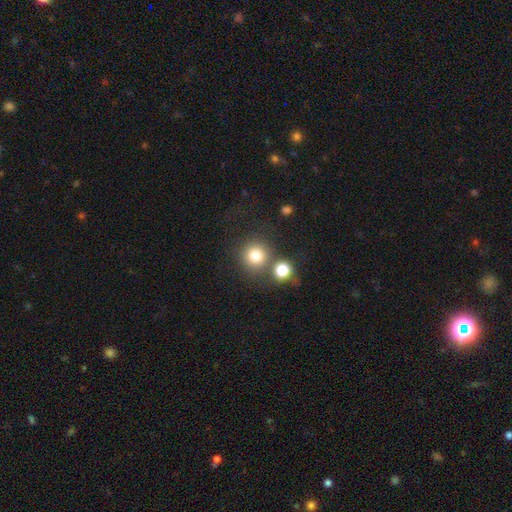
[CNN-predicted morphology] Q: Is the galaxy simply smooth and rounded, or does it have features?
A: smooth — 78%.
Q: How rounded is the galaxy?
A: round — 92%.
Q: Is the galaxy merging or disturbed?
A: none — 71%.